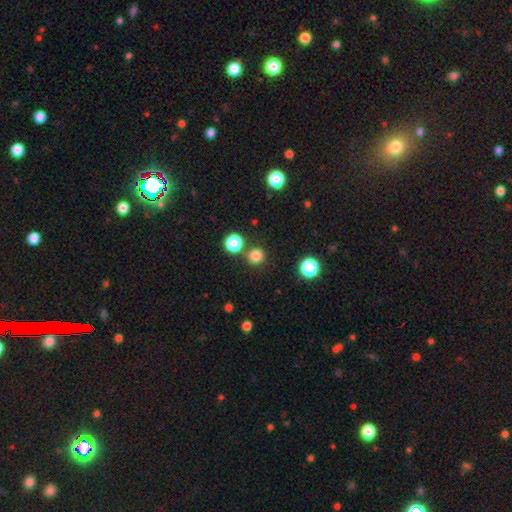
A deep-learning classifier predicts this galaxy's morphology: Q: Smooth or featured?
A: smooth (80%); runner-up: star or artifact (15%)
Q: How rounded?
A: round (94%); runner-up: in between (5%)
Q: Merging?
A: none (82%); runner-up: merger (9%)